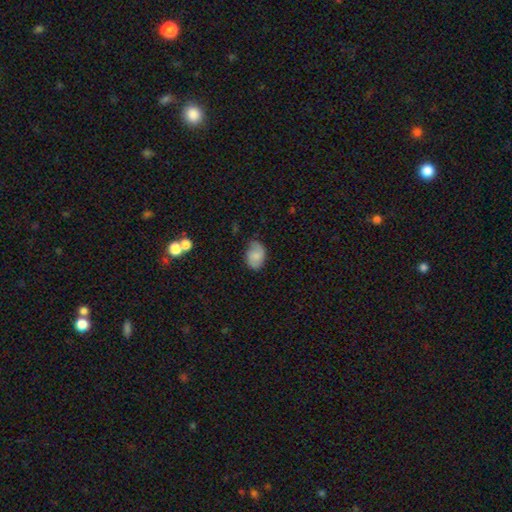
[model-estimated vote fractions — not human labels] A smooth galaxy with no disk features (71%) that is in between round and cigar-shaped (80%).

Vote fractions:
- Smooth or featured? smooth: 71% / featured or disk: 21% / star or artifact: 8%
- How rounded? in between: 80% / round: 19% / cigar-shaped: 1%
- Merging? none: 68% / minor disturbance: 25% / major disturbance: 5% / merger: 1%